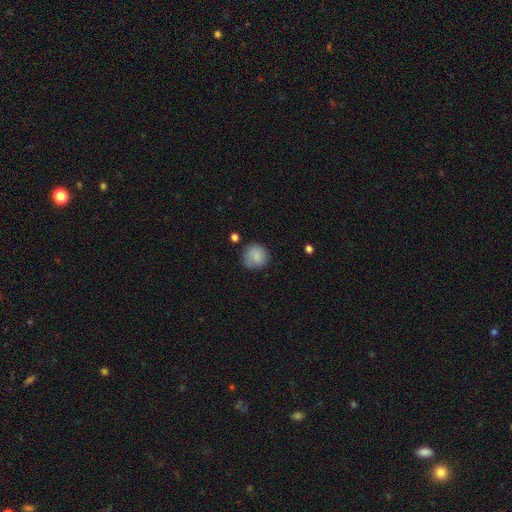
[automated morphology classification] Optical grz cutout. It shows a smooth galaxy with no disk features (84%) that is round (87%). Merging: none (72%).